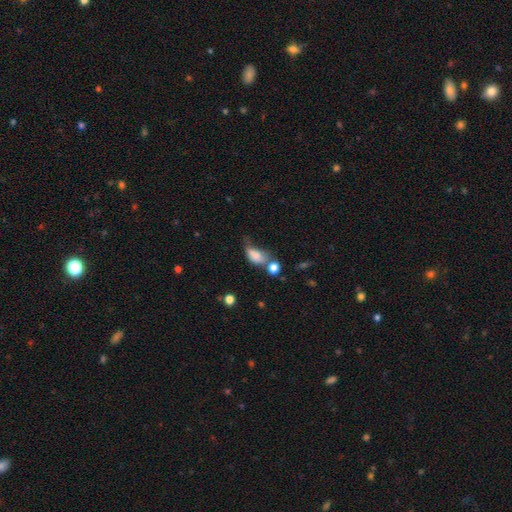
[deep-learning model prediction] Overall: smooth (73%). How rounded: in between (82%). Merging: merger (31%; major disturbance 26%).